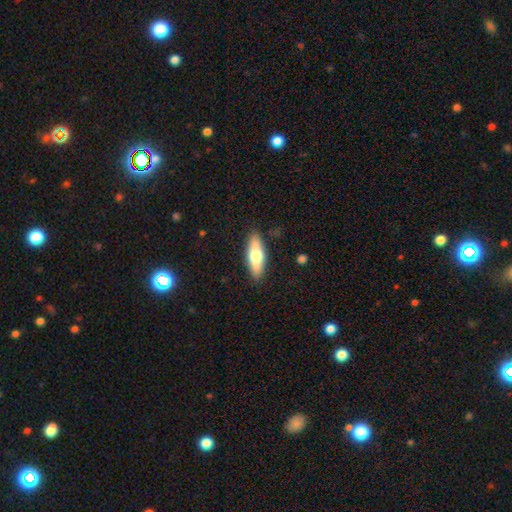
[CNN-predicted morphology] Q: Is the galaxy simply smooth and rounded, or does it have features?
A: smooth — 64%.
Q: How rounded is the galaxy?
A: in between — 58%.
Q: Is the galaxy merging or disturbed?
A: none — 88%.